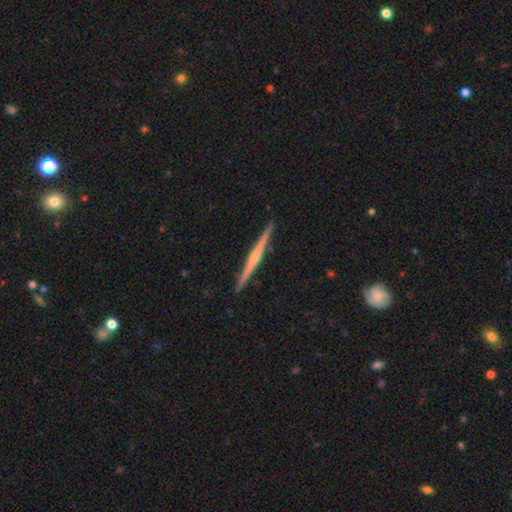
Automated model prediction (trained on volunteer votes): This is likely a featured or disk galaxy (72%). It is clearly viewed edge-on (98%). Edge-on bulge: possibly rounded (55%). Merging: clearly none (92%).